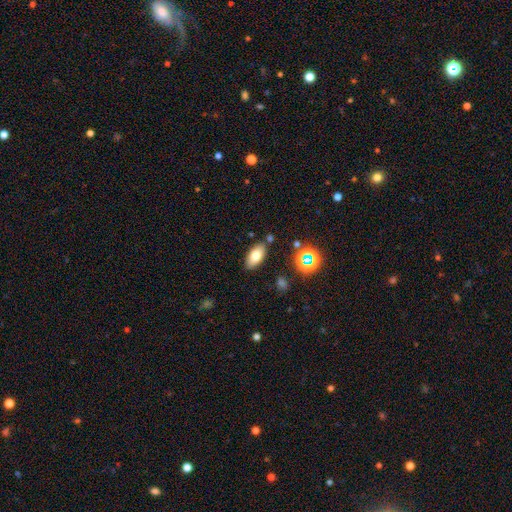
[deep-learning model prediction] smooth-or-featured: smooth: 75% | featured or disk: 15% | star or artifact: 10%
  how-rounded: in between: 90% | cigar-shaped: 6% | round: 4%
  merging: none: 83% | minor disturbance: 11% | merger: 4% | major disturbance: 3%